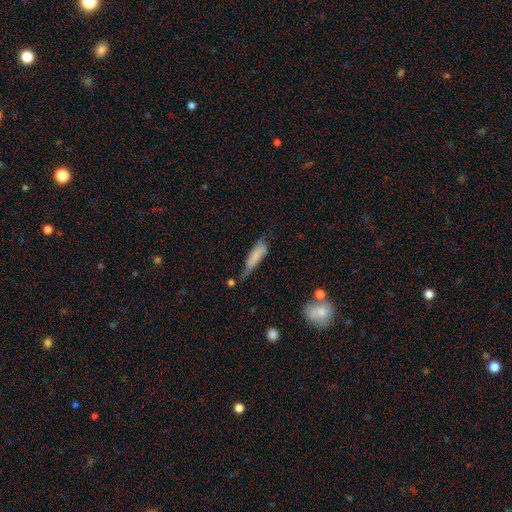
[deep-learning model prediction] A smooth galaxy with no disk features (69%) that is cigar-shaped (59%).

Vote fractions:
- Smooth or featured? smooth: 69% / featured or disk: 23% / star or artifact: 7%
- How rounded? cigar-shaped: 59% / in between: 38% / round: 2%
- Merging? minor disturbance: 39% / none: 33% / major disturbance: 21% / merger: 7%